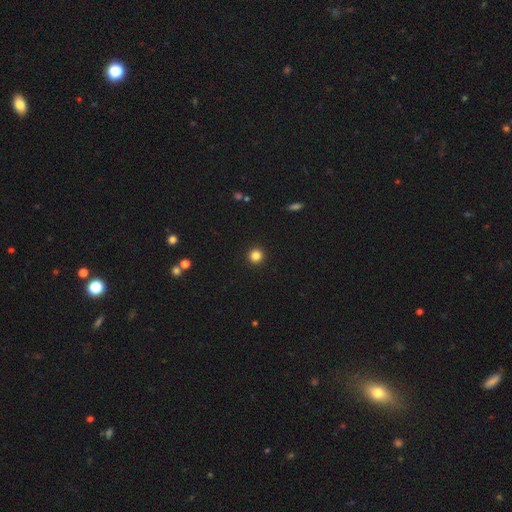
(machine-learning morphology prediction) Smooth or featured?
  - smooth: 84% *
  - star or artifact: 12%
  - featured or disk: 4%
How rounded?
  - round: 95% *
  - in between: 4%
  - cigar-shaped: 1%
Merging?
  - none: 94% *
  - minor disturbance: 4%
  - major disturbance: 1%
  - merger: 1%